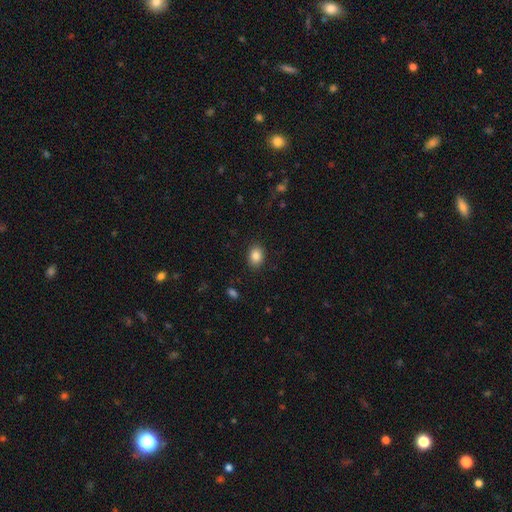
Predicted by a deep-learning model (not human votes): A smooth galaxy with no disk features (86%) that is in between round and cigar-shaped (65%). Merging: none (88%).